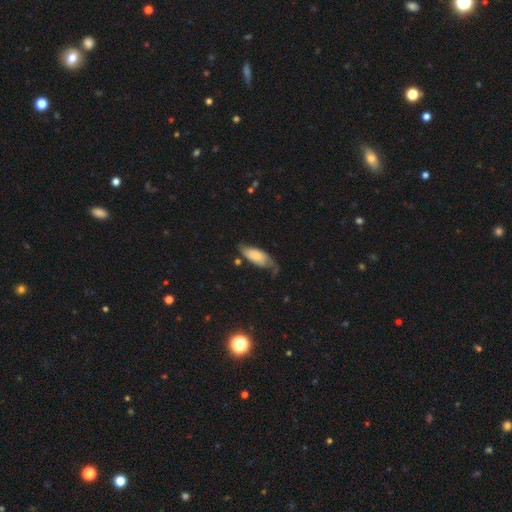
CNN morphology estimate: A smooth galaxy with no disk features (52%) that is in between round and cigar-shaped (84%).

Vote fractions:
- Smooth or featured? smooth: 52% / featured or disk: 41% / star or artifact: 7%
- How rounded? in between: 84% / cigar-shaped: 14% / round: 2%
- Merging? none: 43% / minor disturbance: 34% / major disturbance: 19% / merger: 3%